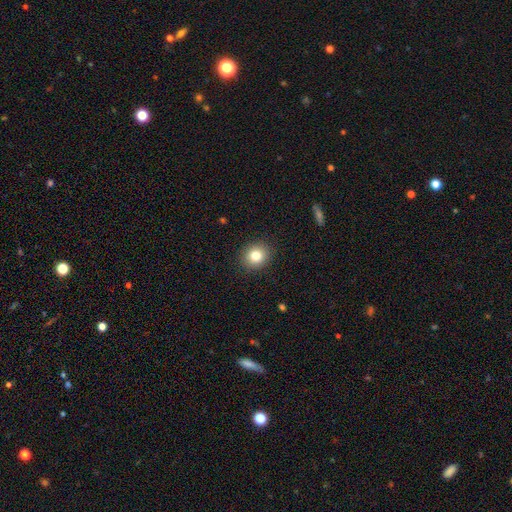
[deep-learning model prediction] Smooth or featured? Predicted: smooth (p=0.81). How rounded? Predicted: round (p=0.78). Merging? Predicted: none (p=0.90).